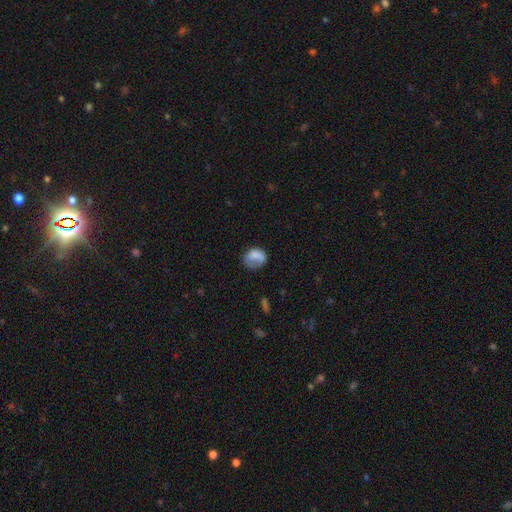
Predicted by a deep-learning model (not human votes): Q: Smooth or featured?
A: smooth (75%); runner-up: featured or disk (16%)
Q: How rounded?
A: round (52%); runner-up: in between (46%)
Q: Merging?
A: none (44%); runner-up: minor disturbance (29%)